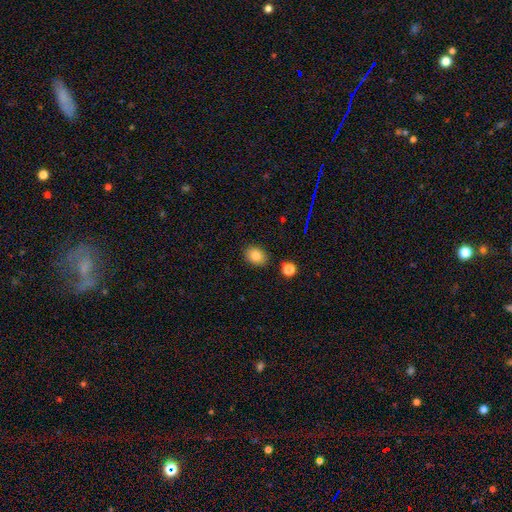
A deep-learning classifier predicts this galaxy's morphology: Overall: smooth (83%). How rounded: in between (64%; round 35%). Merging: none (83%).